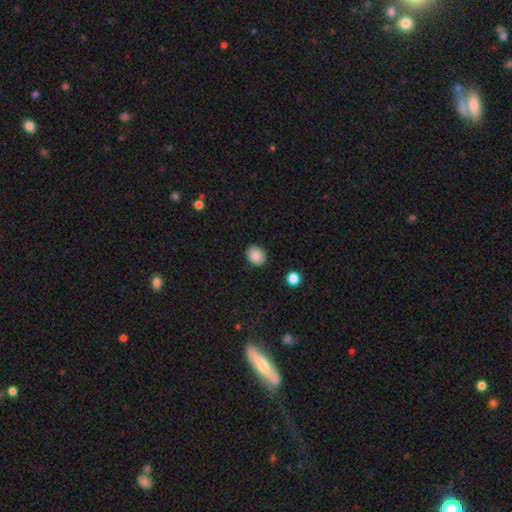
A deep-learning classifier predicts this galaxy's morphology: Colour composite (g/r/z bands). It shows a smooth galaxy with no disk features (88%) that is in between round and cigar-shaped (51%). Merging: none (88%).